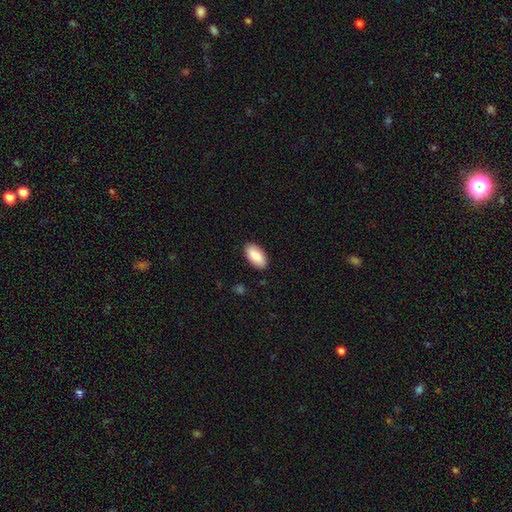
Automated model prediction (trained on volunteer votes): This is clearly a smooth galaxy (84%). How rounded: clearly in between (94%). Merging: clearly none (89%).